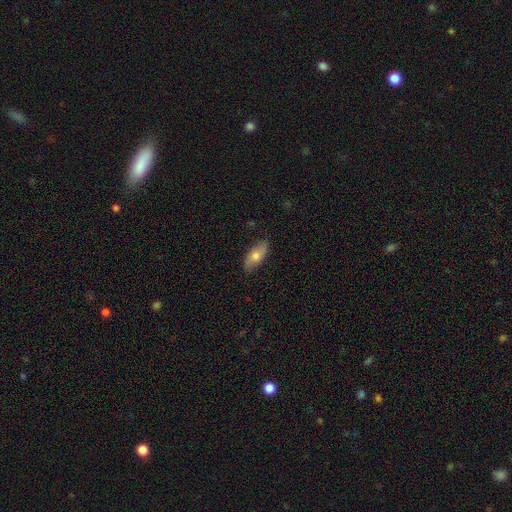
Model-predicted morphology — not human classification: This appears to be a smooth galaxy with no disk features (64%) that is in between round and cigar-shaped (83%). Merging: none (83%).